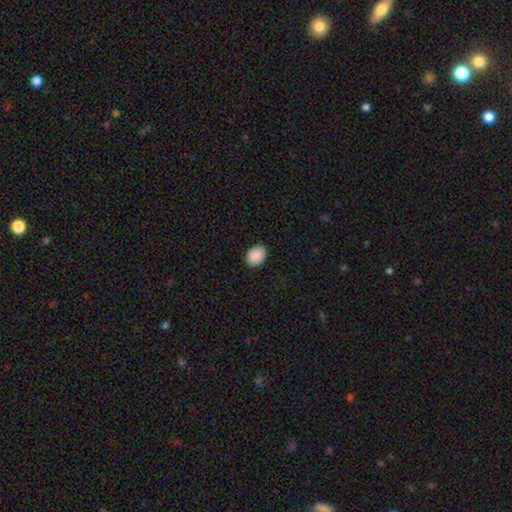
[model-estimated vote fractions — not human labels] This appears to be a smooth galaxy with no disk features (91%) that is in between round and cigar-shaped (69%). Merging: none (90%).